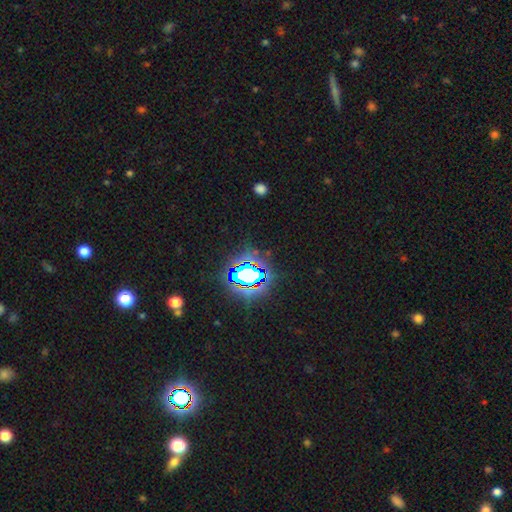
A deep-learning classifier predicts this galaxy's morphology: Overall: star or artifact (82%).